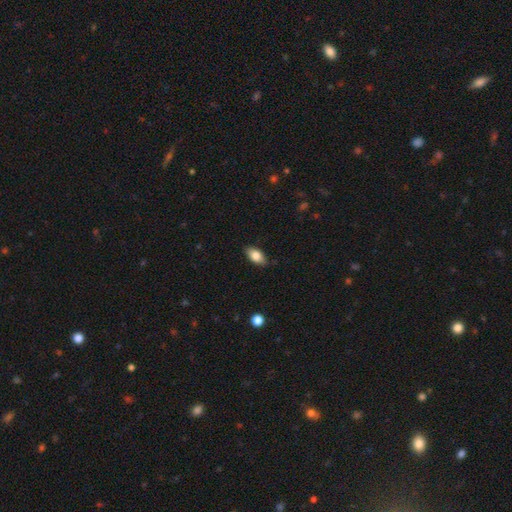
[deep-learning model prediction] Smooth or featured?
  - smooth: 82% *
  - featured or disk: 11%
  - star or artifact: 7%
How rounded?
  - in between: 90% *
  - round: 5%
  - cigar-shaped: 4%
Merging?
  - none: 85% *
  - minor disturbance: 12%
  - major disturbance: 2%
  - merger: 1%